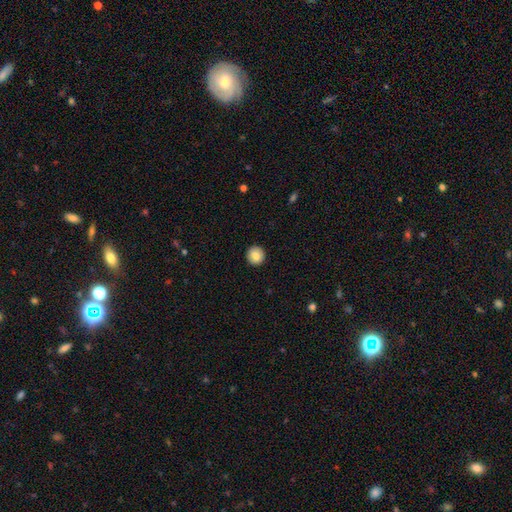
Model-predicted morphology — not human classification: Smooth or featured: smooth — 82% (featured or disk — 11%)
How rounded: round — 94% (in between — 5%)
Merging: none — 92% (minor disturbance — 5%)